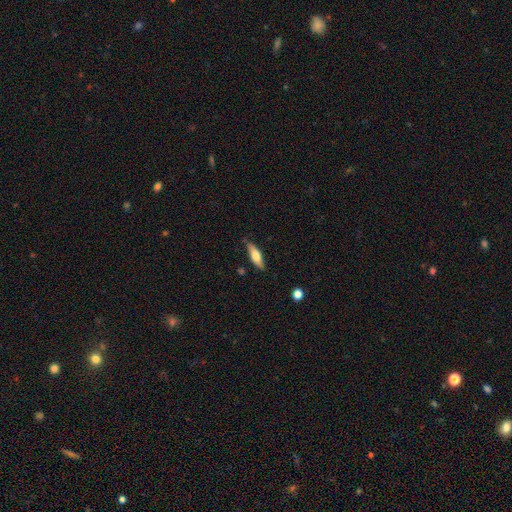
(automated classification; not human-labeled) A smooth galaxy with no disk features (59%) that is cigar-shaped (53%). Merging: none (77%).